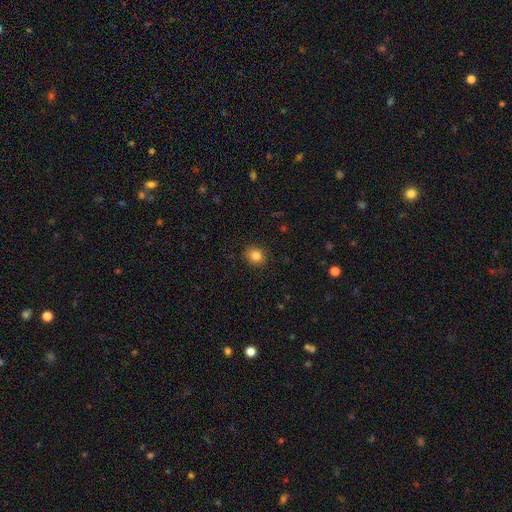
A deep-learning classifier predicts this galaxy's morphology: The model was most divided on "how rounded": round: 82%, in between: 17%, cigar-shaped: 1%. More confident: merging — none (90%); smooth or featured — smooth (84%).